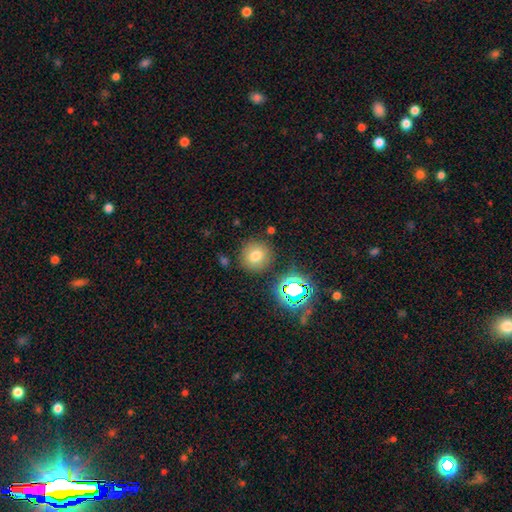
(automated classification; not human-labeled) This appears to be a smooth galaxy with no disk features (73%) that is round (92%). Merging: none (84%).